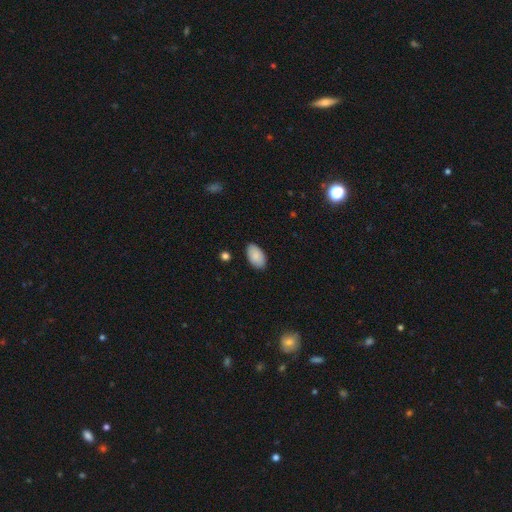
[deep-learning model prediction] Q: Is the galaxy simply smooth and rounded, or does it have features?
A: smooth — 88%.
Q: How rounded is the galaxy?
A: in between — 95%.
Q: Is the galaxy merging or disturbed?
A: none — 86%.